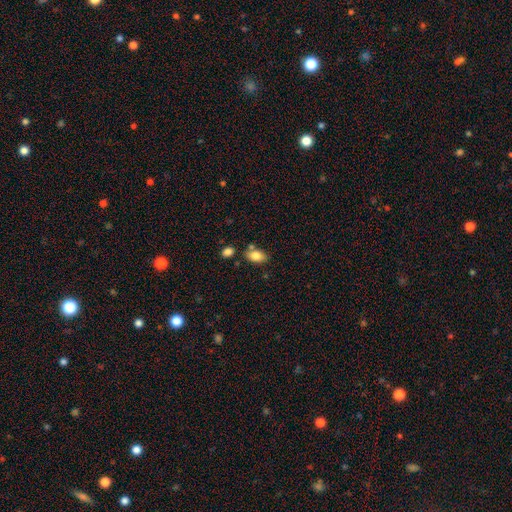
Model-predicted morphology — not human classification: A smooth galaxy with no disk features (83%) that is in between round and cigar-shaped (90%).

Vote fractions:
- Smooth or featured? smooth: 83% / featured or disk: 9% / star or artifact: 8%
- How rounded? in between: 90% / round: 8% / cigar-shaped: 2%
- Merging? none: 72% / minor disturbance: 13% / merger: 12% / major disturbance: 3%